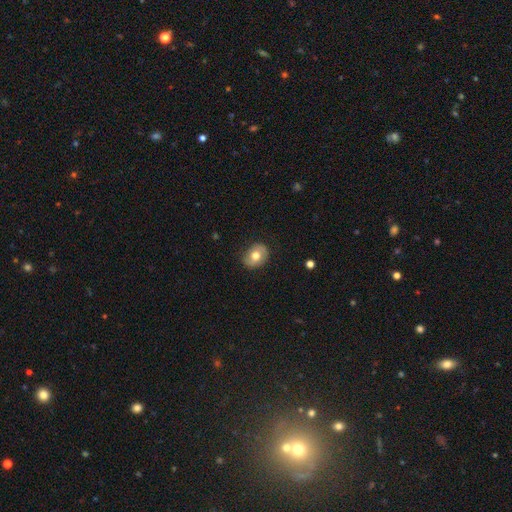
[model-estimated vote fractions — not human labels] Smooth or featured: smooth — 62% (featured or disk — 30%)
How rounded: in between — 54% (round — 45%)
Merging: none — 80% (minor disturbance — 15%)